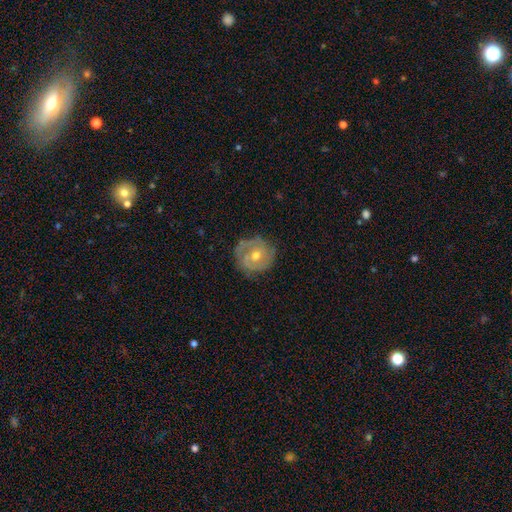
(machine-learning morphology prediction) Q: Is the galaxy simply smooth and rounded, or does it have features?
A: featured or disk — 73%.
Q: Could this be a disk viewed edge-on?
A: no — 97%.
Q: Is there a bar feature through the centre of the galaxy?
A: no — 72%.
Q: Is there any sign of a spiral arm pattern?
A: yes — 82%.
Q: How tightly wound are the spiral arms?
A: tight — 63%.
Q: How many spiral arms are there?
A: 2 — 42%.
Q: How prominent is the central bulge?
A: moderate — 71%.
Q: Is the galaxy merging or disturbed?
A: none — 76%.